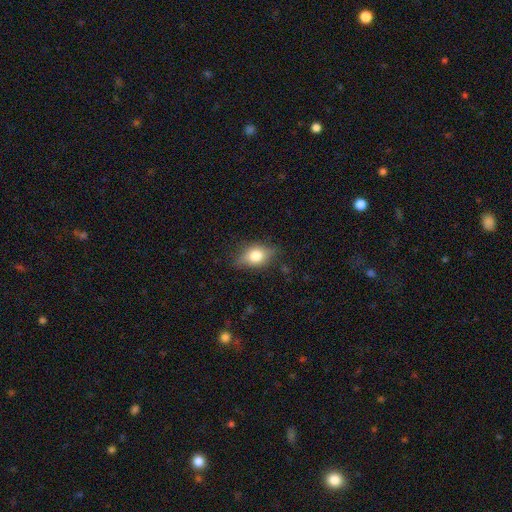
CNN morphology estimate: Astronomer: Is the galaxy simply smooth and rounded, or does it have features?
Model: smooth — 67%.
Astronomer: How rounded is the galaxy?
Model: in between — 75%.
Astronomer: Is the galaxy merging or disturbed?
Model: none — 74%.